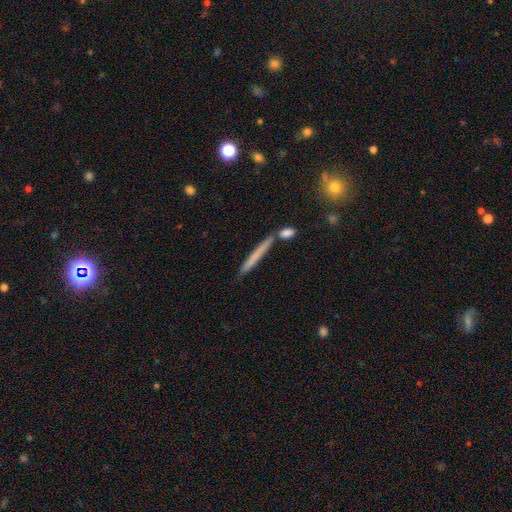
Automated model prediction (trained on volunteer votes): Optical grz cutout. It shows a smooth galaxy with no disk features (59%) that is cigar-shaped (96%). Merging: none (80%).